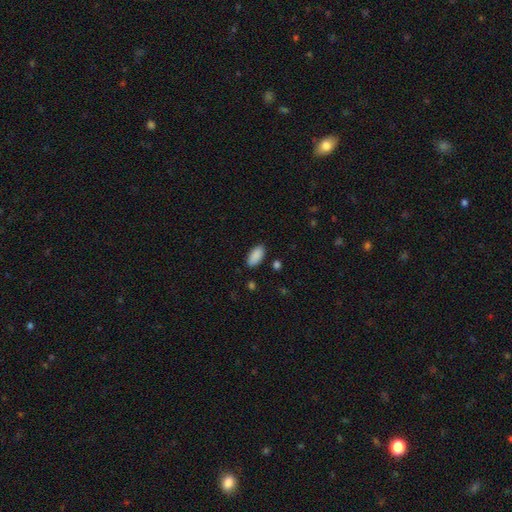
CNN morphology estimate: This appears to be a smooth galaxy with no disk features (90%) that is in between round and cigar-shaped (93%). Merging: none (87%).